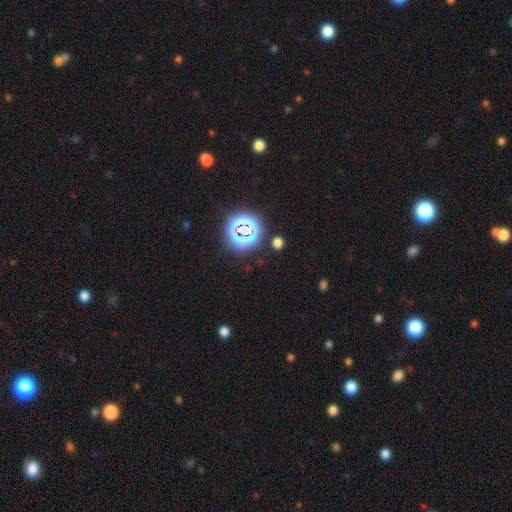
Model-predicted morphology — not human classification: Q: Smooth or featured?
A: star or artifact (78%); runner-up: smooth (16%)